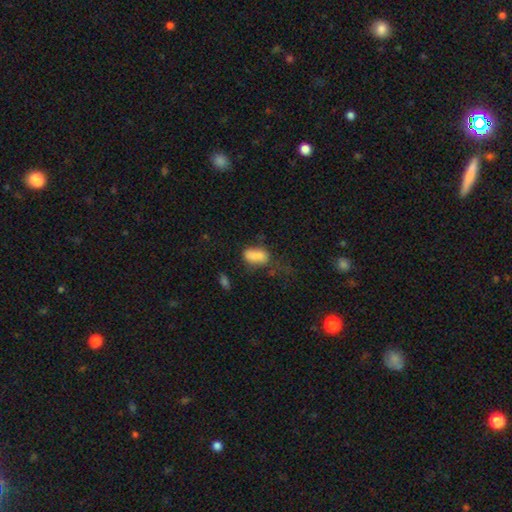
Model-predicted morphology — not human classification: Overall: smooth (80%). How rounded: in between (88%). Merging: none (41%; minor disturbance 28%).